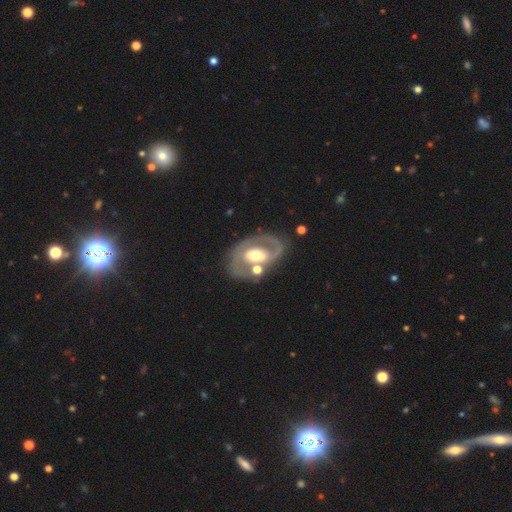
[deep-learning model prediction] Smooth or featured: featured or disk — 73% (smooth — 22%)
Edge-on disk: no — 95% (yes — 5%)
Bar: no — 61% (weak — 26%)
Spiral arms: yes — 52% (no — 48%)
Bulge size: moderate — 60% (large — 23%)
Merging: none — 59% (minor disturbance — 17%)